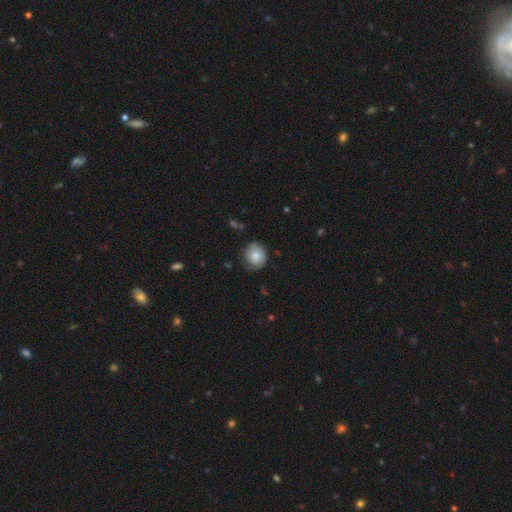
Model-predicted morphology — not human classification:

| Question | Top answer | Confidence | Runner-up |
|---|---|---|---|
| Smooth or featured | smooth | 75% | featured or disk (18%) |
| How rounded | round | 75% | in between (24%) |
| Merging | none | 74% | minor disturbance (20%) |